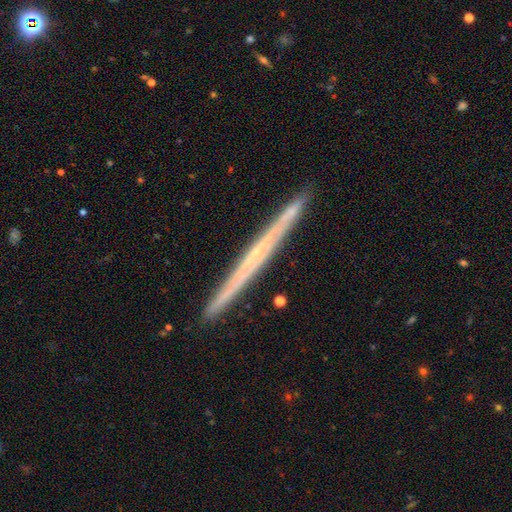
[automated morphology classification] This appears to be a featured or disk galaxy (65%) viewed edge-on (98%) with no central bulge (82%). Merging: none (91%).